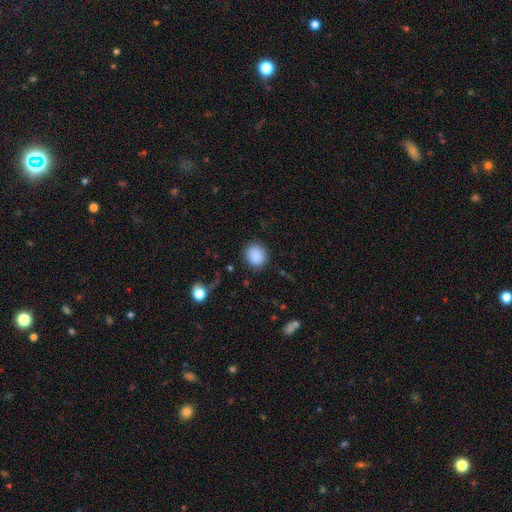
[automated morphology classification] Overall: smooth (88%). How rounded: round (79%). Merging: none (85%).